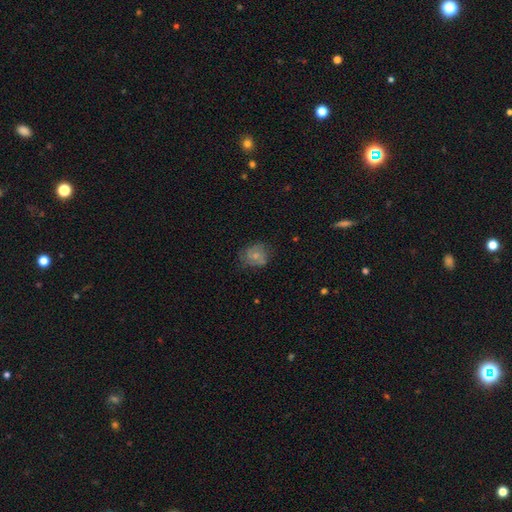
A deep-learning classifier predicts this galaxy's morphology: Smooth or featured: smooth — 60% (featured or disk — 30%)
How rounded: round — 63% (in between — 36%)
Merging: none — 58% (minor disturbance — 28%)